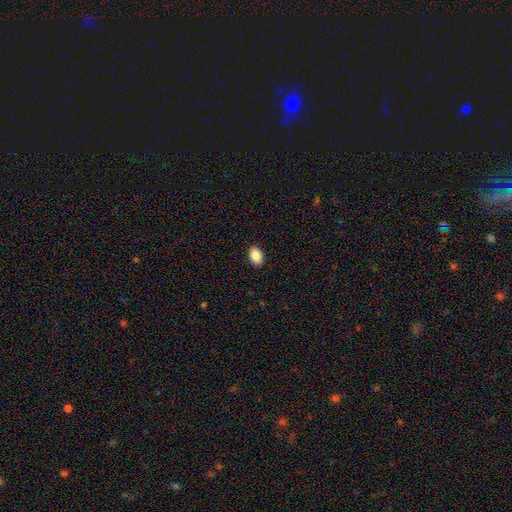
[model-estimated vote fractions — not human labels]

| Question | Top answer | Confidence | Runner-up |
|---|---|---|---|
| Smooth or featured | smooth | 88% | star or artifact (7%) |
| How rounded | in between | 90% | round (9%) |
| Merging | none | 90% | minor disturbance (7%) |